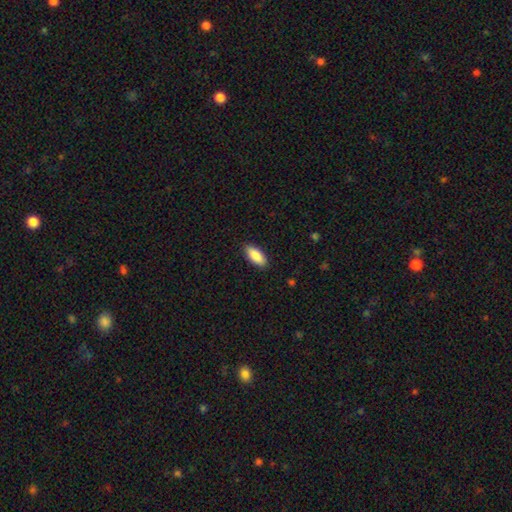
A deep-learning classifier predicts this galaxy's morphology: Smooth or featured? Predicted: smooth (p=0.88). How rounded? Predicted: in between (p=0.83). Merging? Predicted: none (p=0.89).